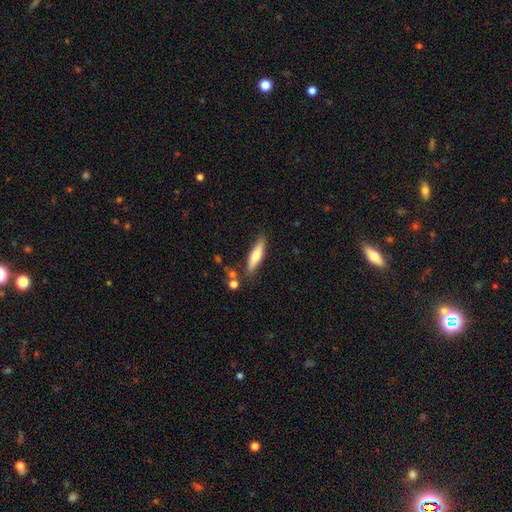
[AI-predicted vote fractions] Smooth or featured? Predicted: smooth (p=0.63). How rounded? Predicted: cigar-shaped (p=0.71). Merging? Predicted: none (p=0.78).